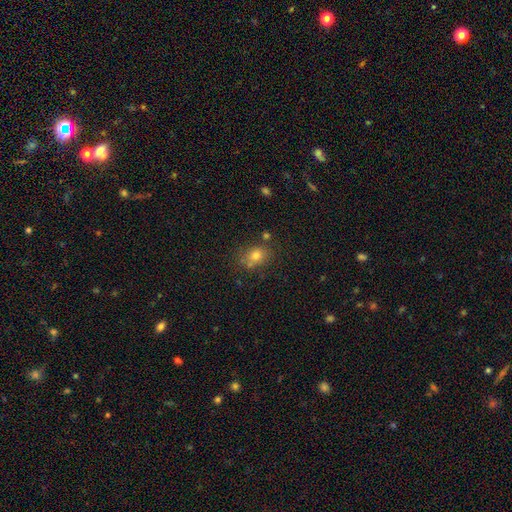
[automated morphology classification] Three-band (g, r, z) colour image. It shows a smooth galaxy with no disk features (73%) that is in between round and cigar-shaped (50%). Merging: none (67%).